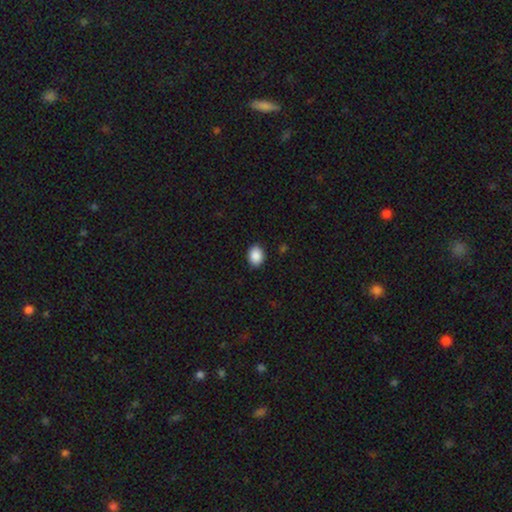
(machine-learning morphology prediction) This is clearly a smooth galaxy (90%). How rounded: likely in between (62%). Merging: clearly none (89%).